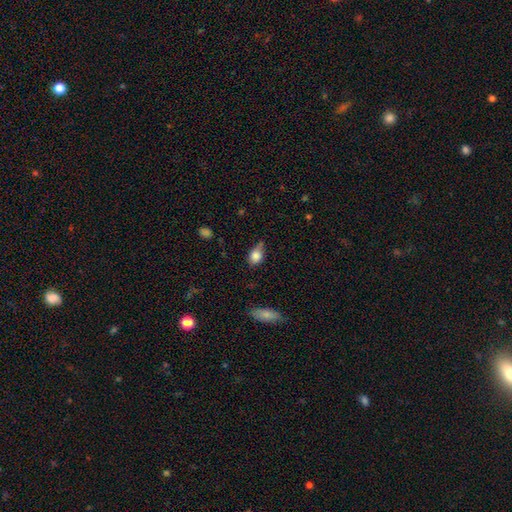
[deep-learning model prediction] A smooth galaxy with no disk features (81%) that is in between round and cigar-shaped (70%).

Vote fractions:
- Smooth or featured? smooth: 81% / featured or disk: 10% / star or artifact: 9%
- How rounded? in between: 70% / round: 27% / cigar-shaped: 3%
- Merging? minor disturbance: 43% / none: 40% / major disturbance: 11% / merger: 5%